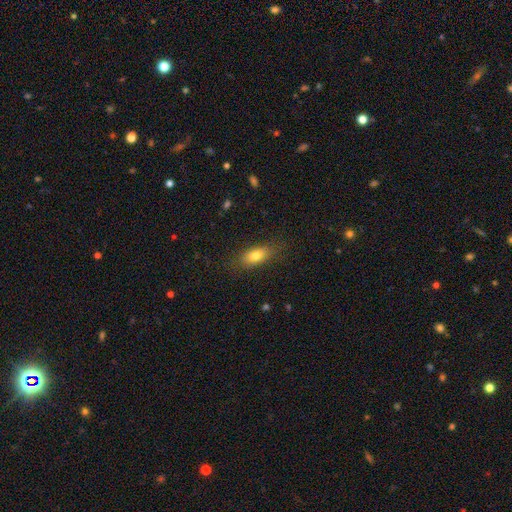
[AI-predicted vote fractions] Smooth or featured: smooth — 77% (featured or disk — 14%)
How rounded: in between — 81% (cigar-shaped — 13%)
Merging: none — 80% (minor disturbance — 14%)